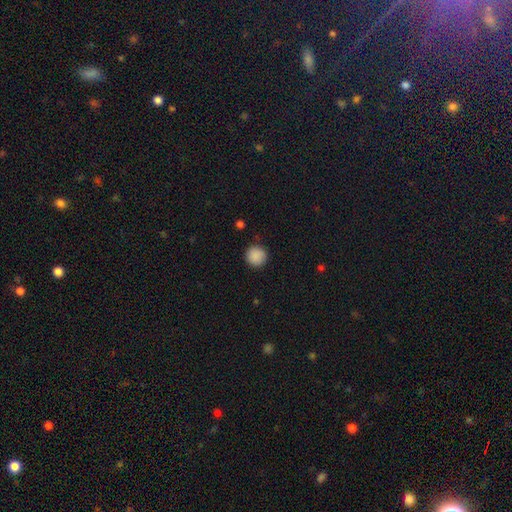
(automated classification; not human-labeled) A smooth galaxy with no disk features (89%) that is round (95%). Merging: none (89%).